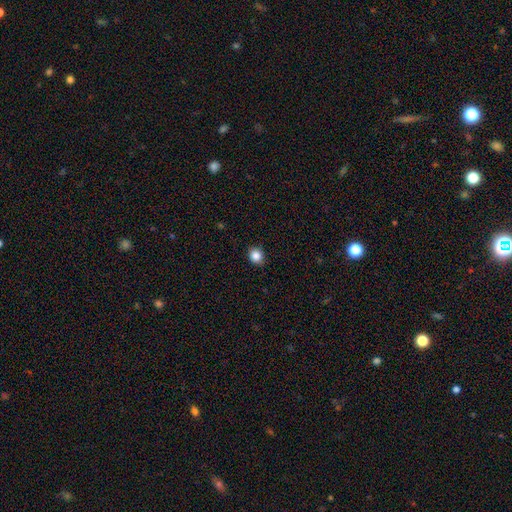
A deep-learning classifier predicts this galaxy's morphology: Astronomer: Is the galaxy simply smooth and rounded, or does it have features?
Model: smooth — 86%.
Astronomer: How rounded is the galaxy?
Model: round — 72%.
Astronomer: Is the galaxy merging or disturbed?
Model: none — 89%.